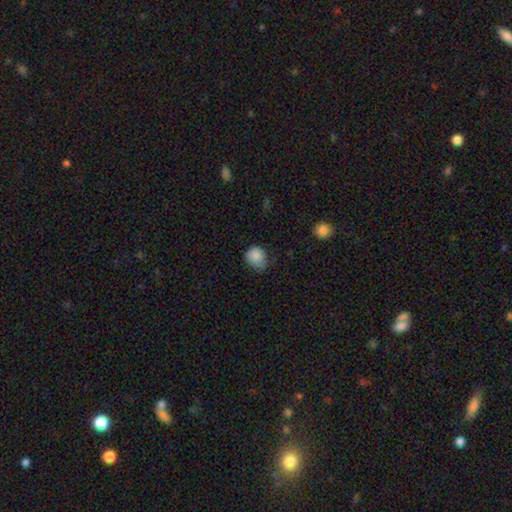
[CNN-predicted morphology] Smooth or featured: smooth — 85% (star or artifact — 8%)
How rounded: round — 66% (in between — 33%)
Merging: none — 45% (minor disturbance — 42%)